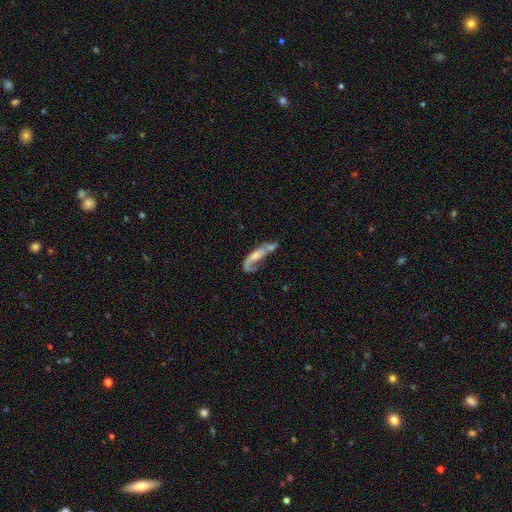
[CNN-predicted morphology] Smooth or featured? Predicted: featured or disk (p=0.51). Edge-on disk? Predicted: no (p=0.83). Merging? Predicted: merger (p=0.32).